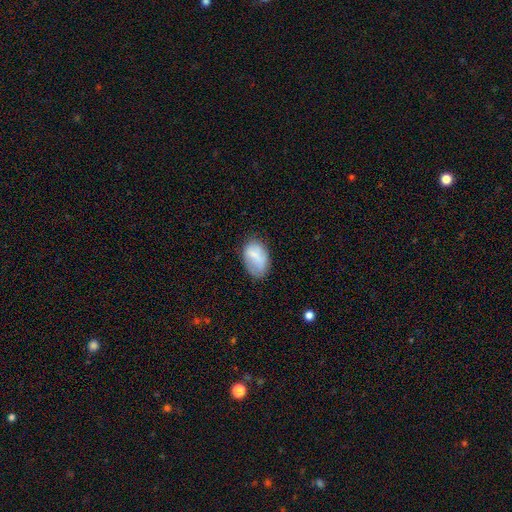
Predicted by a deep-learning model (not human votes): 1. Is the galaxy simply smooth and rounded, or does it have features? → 74% smooth, 19% featured or disk, 8% star or artifact.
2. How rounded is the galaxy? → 89% in between, 10% round, 1% cigar-shaped.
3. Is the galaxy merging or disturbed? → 56% none, 30% minor disturbance, 11% major disturbance, 2% merger.